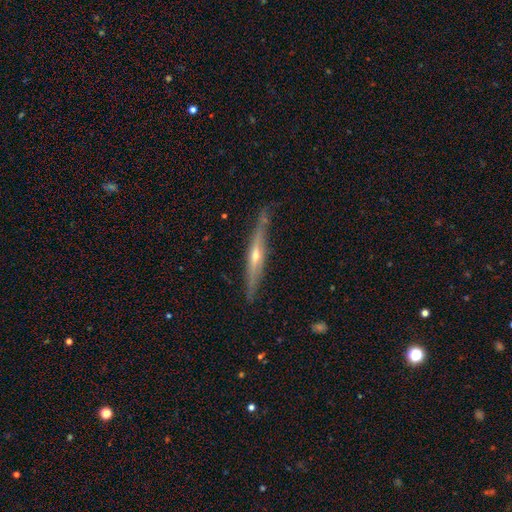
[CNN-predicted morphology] Smooth or featured: featured or disk — 76% (smooth — 18%)
Edge-on disk: yes — 95% (no — 5%)
Edge-on bulge: rounded — 81% (none — 15%)
Merging: none — 82% (minor disturbance — 13%)